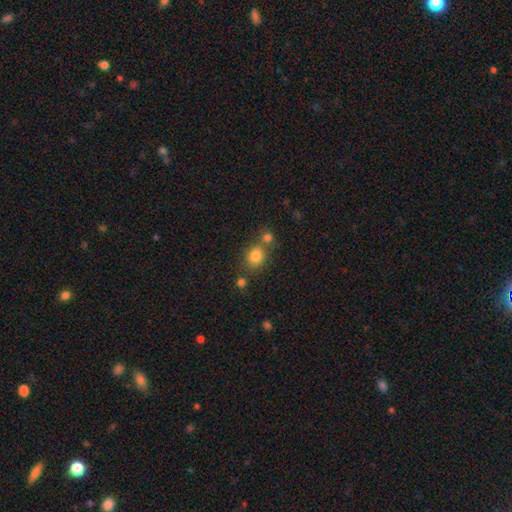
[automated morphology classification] The model was most divided on "merging": none: 56%, merger: 30%, minor disturbance: 10%, major disturbance: 4%. More confident: smooth or featured — smooth (80%); how rounded — round (66%).